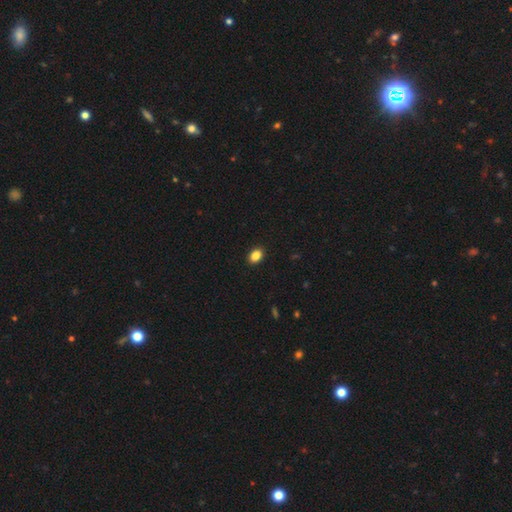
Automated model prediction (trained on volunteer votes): Q: Smooth or featured?
A: smooth (86%); runner-up: star or artifact (10%)
Q: How rounded?
A: in between (71%); runner-up: round (28%)
Q: Merging?
A: none (91%); runner-up: minor disturbance (6%)